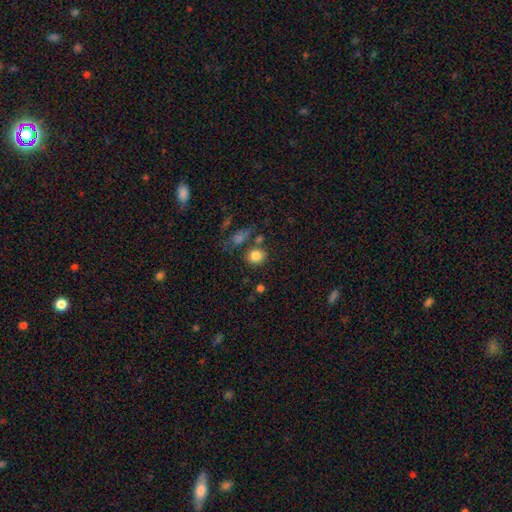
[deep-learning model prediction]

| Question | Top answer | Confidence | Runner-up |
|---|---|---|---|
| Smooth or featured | smooth | 83% | star or artifact (10%) |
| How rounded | round | 74% | in between (25%) |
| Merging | none | 71% | merger (12%) |